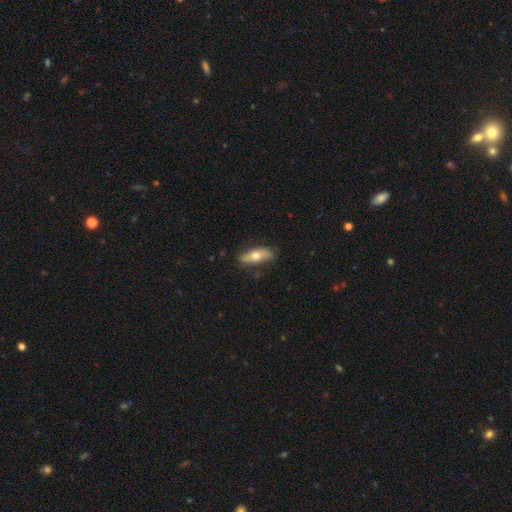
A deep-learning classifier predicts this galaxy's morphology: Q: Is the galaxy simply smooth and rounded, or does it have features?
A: smooth — 55%.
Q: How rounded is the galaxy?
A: in between — 56%.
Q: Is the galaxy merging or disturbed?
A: none — 81%.